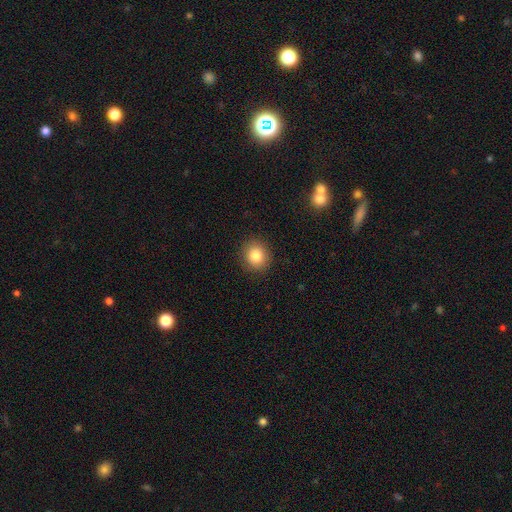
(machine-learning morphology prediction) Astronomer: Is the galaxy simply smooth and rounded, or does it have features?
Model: smooth — 84%.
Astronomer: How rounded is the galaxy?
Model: round — 82%.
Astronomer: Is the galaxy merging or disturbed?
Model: none — 90%.